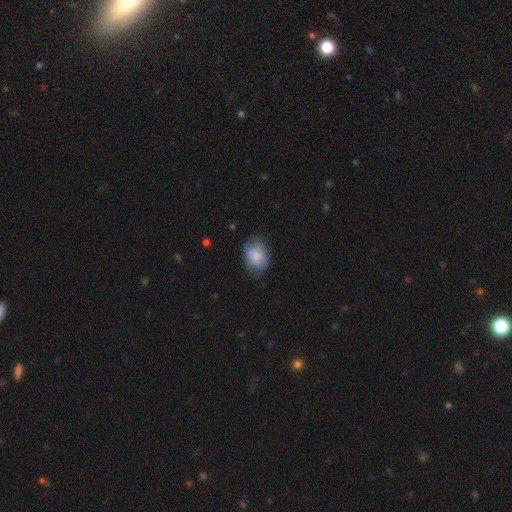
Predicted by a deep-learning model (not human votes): Smooth or featured? Predicted: smooth (p=0.79). How rounded? Predicted: in between (p=0.76). Merging? Predicted: none (p=0.66).